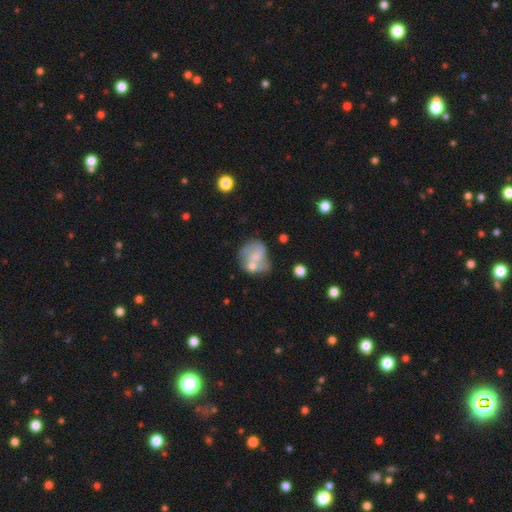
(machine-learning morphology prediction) type=smooth (46%); merging=none (34%).